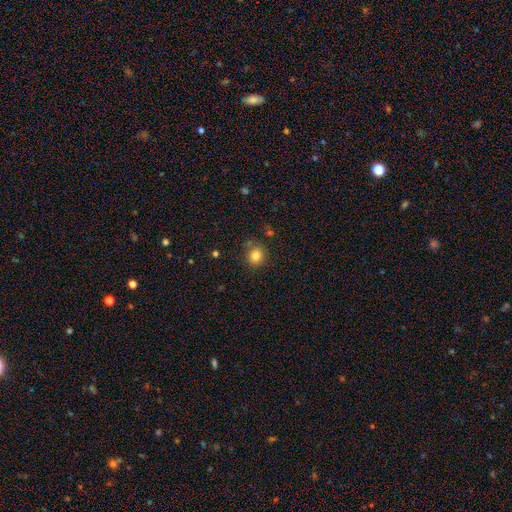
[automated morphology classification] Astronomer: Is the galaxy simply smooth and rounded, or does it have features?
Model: smooth — 82%.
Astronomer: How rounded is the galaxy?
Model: round — 77%.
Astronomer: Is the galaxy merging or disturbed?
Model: none — 80%.